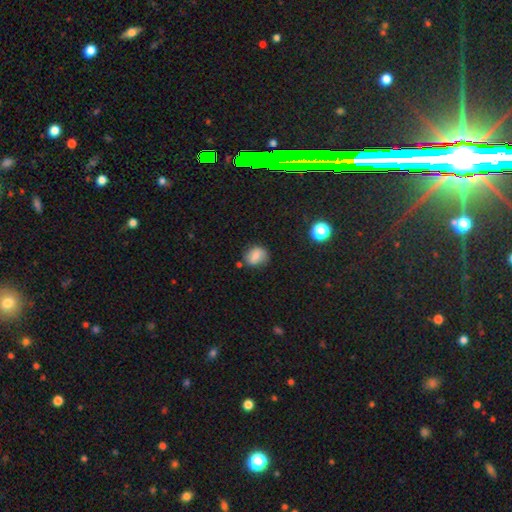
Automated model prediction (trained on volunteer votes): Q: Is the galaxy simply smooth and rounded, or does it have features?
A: smooth — 72%.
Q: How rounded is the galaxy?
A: round — 57%.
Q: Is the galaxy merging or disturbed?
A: none — 70%.